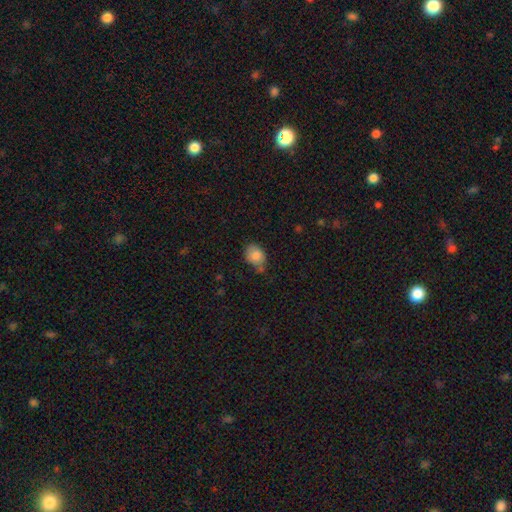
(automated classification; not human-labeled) This appears to be a smooth galaxy with no disk features (84%) that is in between round and cigar-shaped (67%). Merging: none (66%).